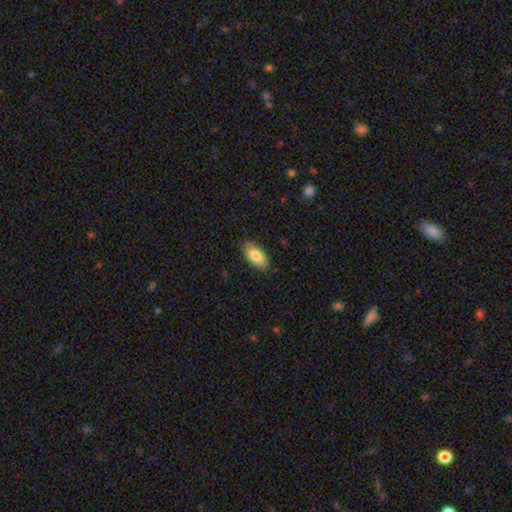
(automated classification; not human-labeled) A smooth galaxy with no disk features (83%) that is in between round and cigar-shaped (90%).

Vote fractions:
- Smooth or featured? smooth: 83% / featured or disk: 11% / star or artifact: 6%
- How rounded? in between: 90% / cigar-shaped: 7% / round: 3%
- Merging? none: 86% / minor disturbance: 11% / major disturbance: 2% / merger: 1%